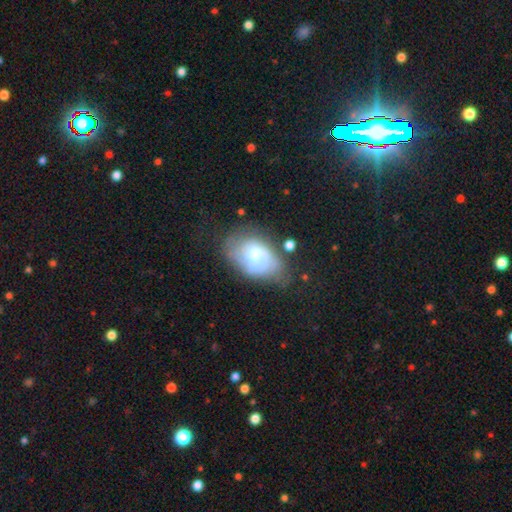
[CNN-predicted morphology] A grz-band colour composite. It shows a featured or disk galaxy (57%) with no bar (53%), spiral arms (69%) and a moderate central bulge (49%). Merging: none (45%).